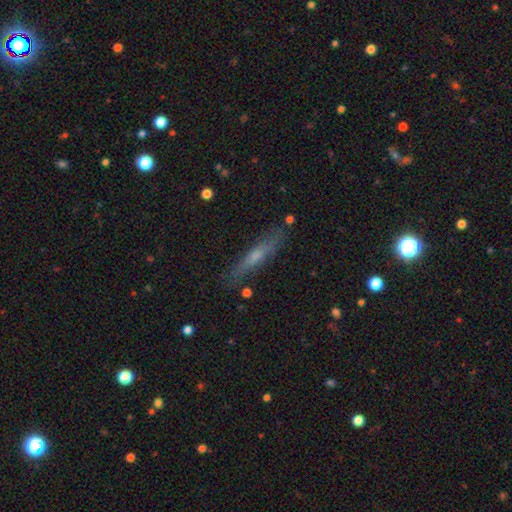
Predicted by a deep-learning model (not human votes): smooth_or_featured: featured or disk (p=0.52) [alt: smooth p=0.37]
disk_edge_on: yes (p=0.89) [alt: no p=0.11]
merging: none (p=0.85) [alt: minor disturbance p=0.11]